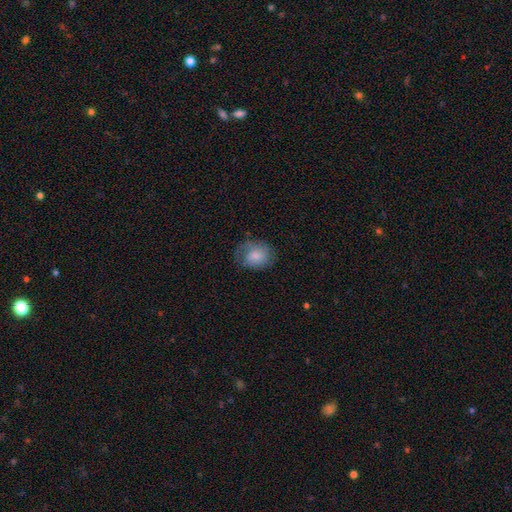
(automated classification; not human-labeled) This appears to be a smooth galaxy with no disk features (70%) that is round (51%). Merging: none (59%).